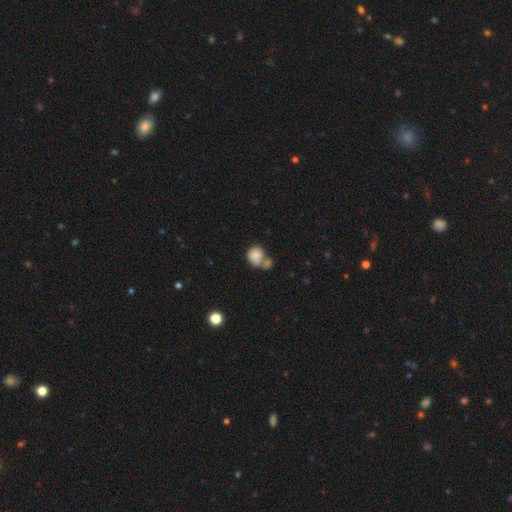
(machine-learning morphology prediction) A smooth galaxy with no disk features (81%) that is round (80%). Merging: merger (46%).